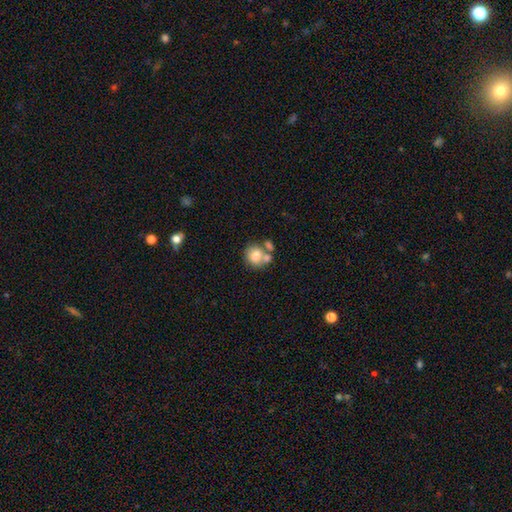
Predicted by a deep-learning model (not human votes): A smooth galaxy with no disk features (72%) that is round (73%).

Vote fractions:
- Smooth or featured? smooth: 72% / featured or disk: 18% / star or artifact: 9%
- How rounded? round: 73% / in between: 26% / cigar-shaped: 1%
- Merging? none: 46% / merger: 38% / minor disturbance: 12% / major disturbance: 5%